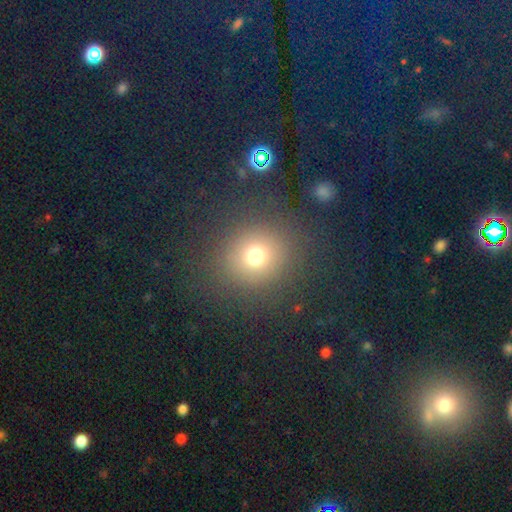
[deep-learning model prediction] Morphology: type=smooth (71%); roundness=round (87%); merging=none (85%).